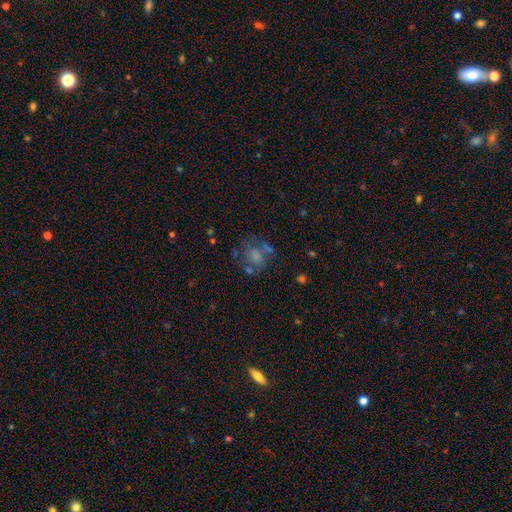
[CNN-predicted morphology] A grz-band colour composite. It shows a smooth galaxy with no disk features (53%) that is round (60%). Merging: none (44%).